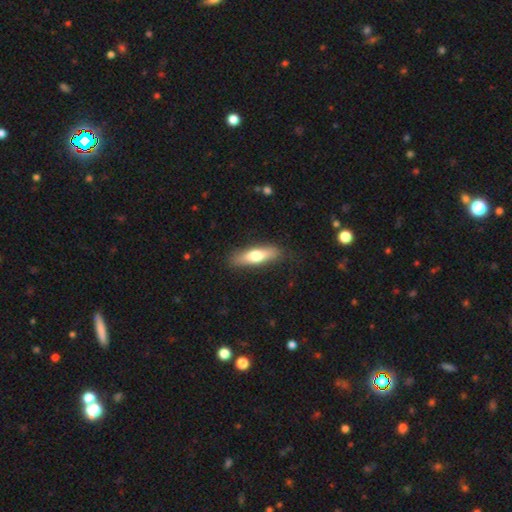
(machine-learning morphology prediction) type=smooth (65%); roundness=cigar-shaped (61%); merging=none (84%).